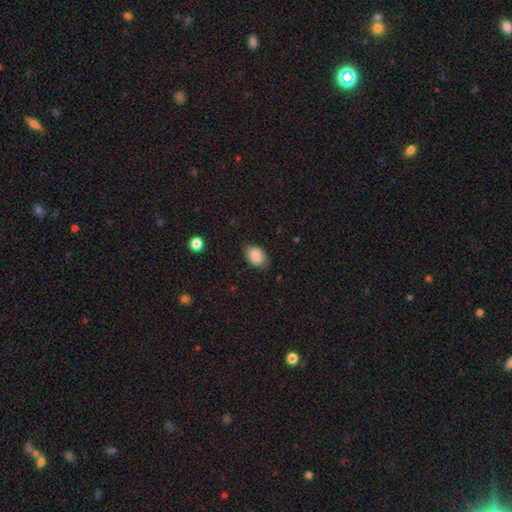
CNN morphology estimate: Q: Smooth or featured?
A: smooth (87%); runner-up: star or artifact (7%)
Q: How rounded?
A: in between (81%); runner-up: round (18%)
Q: Merging?
A: none (77%); runner-up: minor disturbance (18%)